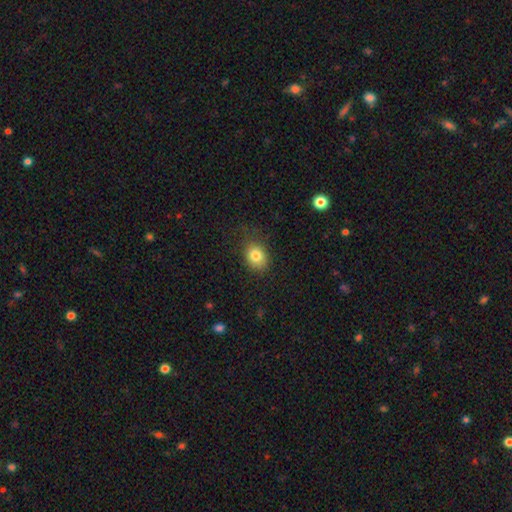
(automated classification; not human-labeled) Smooth or featured? smooth (81%)
How rounded? in between (52%)
Merging? none (76%)